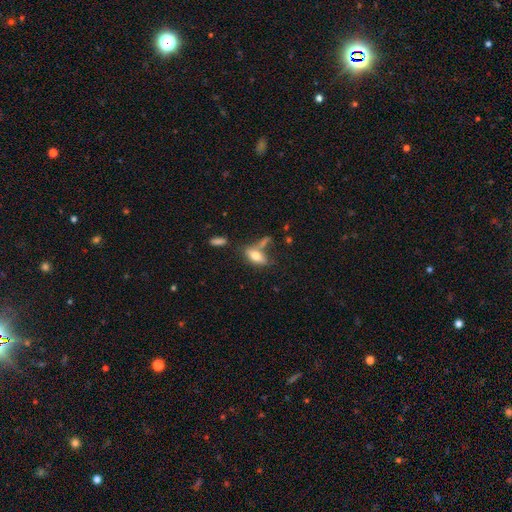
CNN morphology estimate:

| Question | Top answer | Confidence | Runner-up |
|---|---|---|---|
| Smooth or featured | smooth | 70% | featured or disk (22%) |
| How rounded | in between | 82% | cigar-shaped (15%) |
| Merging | none | 49% | merger (22%) |